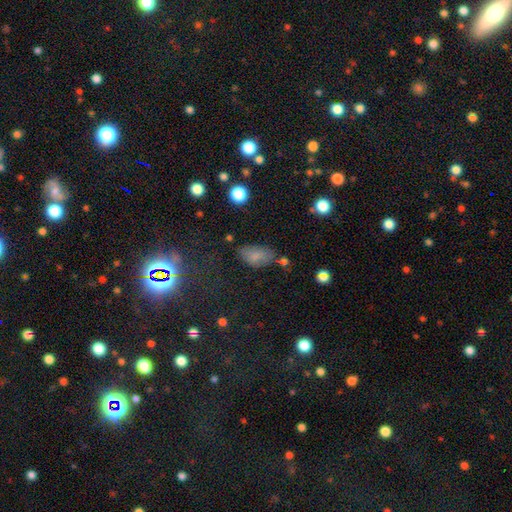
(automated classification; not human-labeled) Smooth or featured? smooth (75%)
How rounded? in between (92%)
Merging? none (59%)